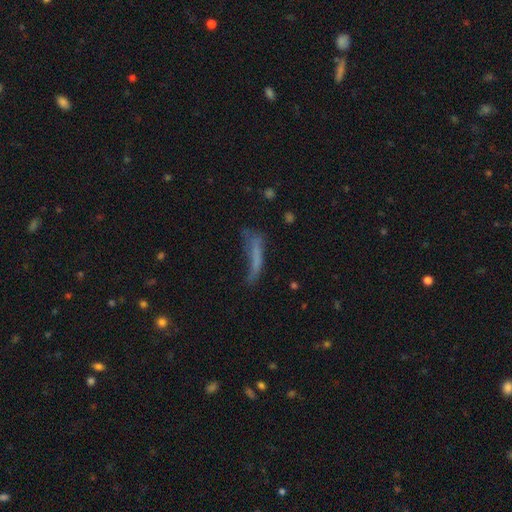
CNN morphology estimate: Q: Smooth or featured?
A: smooth (56%); runner-up: featured or disk (30%)
Q: How rounded?
A: cigar-shaped (81%); runner-up: in between (16%)
Q: Merging?
A: none (34%); tied with: major disturbance (34%)